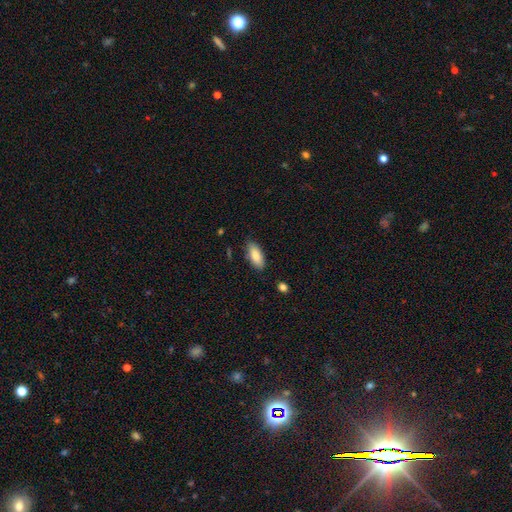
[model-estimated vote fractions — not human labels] smooth-or-featured: smooth: 84% | featured or disk: 9% | star or artifact: 6%
  how-rounded: in between: 84% | cigar-shaped: 14% | round: 2%
  merging: none: 83% | minor disturbance: 13% | major disturbance: 2% | merger: 2%